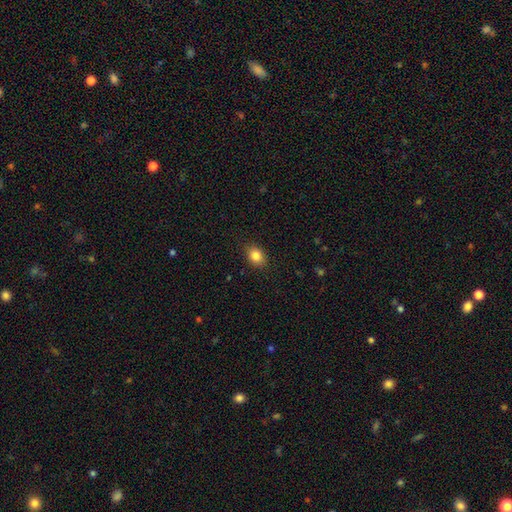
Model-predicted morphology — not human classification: Smooth or featured? Predicted: smooth (p=0.84). How rounded? Predicted: in between (p=0.58). Merging? Predicted: none (p=0.87).